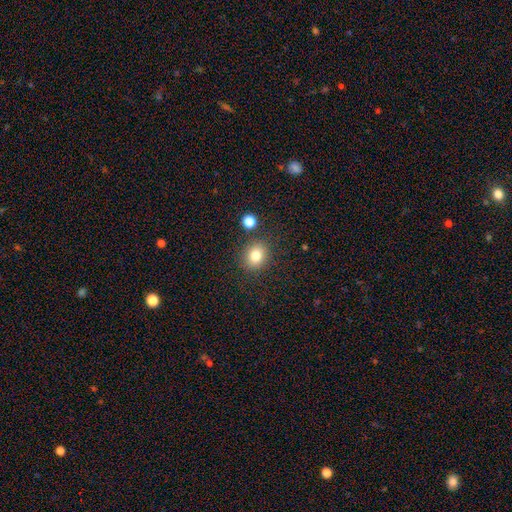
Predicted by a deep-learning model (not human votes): A smooth galaxy with no disk features (81%) that is round (68%). Merging: none (82%).